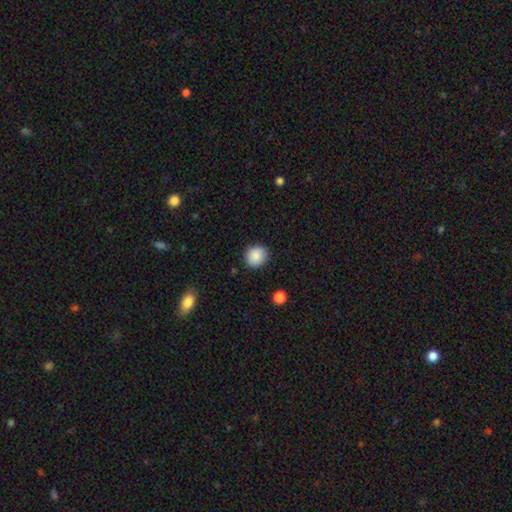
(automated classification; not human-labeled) Morphology: type=smooth (88%); roundness=round (85%); merging=none (89%).